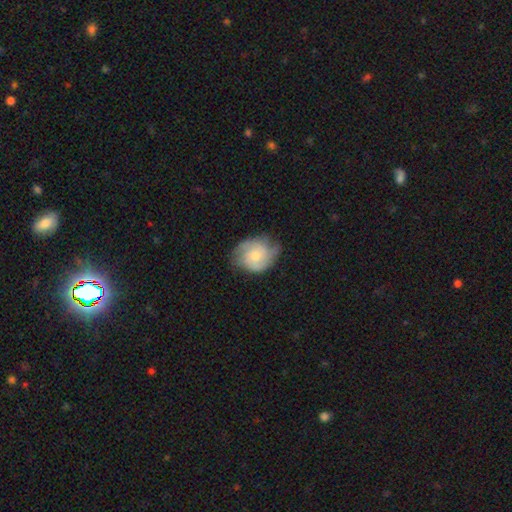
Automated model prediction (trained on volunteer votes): featured or disk 64%, smooth 30%, star or artifact 6%. Down the decision tree: edge-on disk — no (97%); bar — no (76%); spiral arms — yes (90%); spiral arm count — 2 (45%); spiral winding — medium (43%); bulge size — small (49%); merging — none (60%).